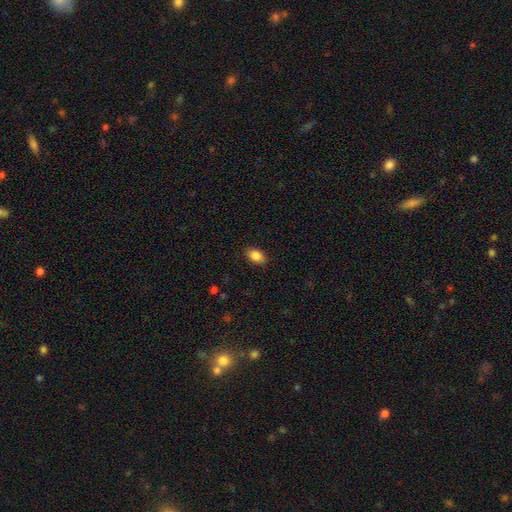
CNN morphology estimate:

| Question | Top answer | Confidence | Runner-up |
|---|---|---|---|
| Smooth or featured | smooth | 86% | star or artifact (8%) |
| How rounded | in between | 87% | round (12%) |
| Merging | none | 88% | minor disturbance (9%) |